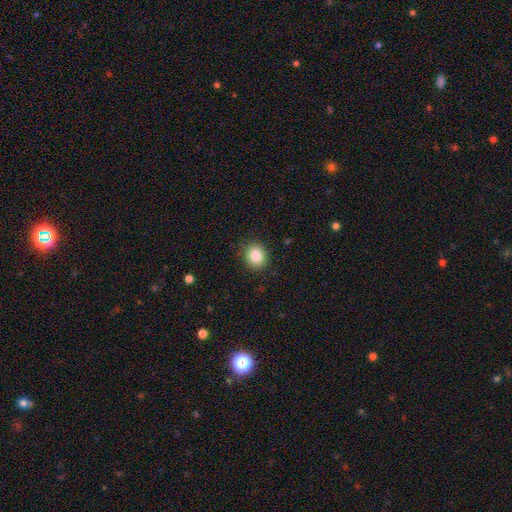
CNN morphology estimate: Smooth or featured?
  - smooth: 84% *
  - star or artifact: 10%
  - featured or disk: 6%
How rounded?
  - round: 69% *
  - in between: 31%
  - cigar-shaped: 1%
Merging?
  - none: 89% *
  - minor disturbance: 8%
  - major disturbance: 2%
  - merger: 1%